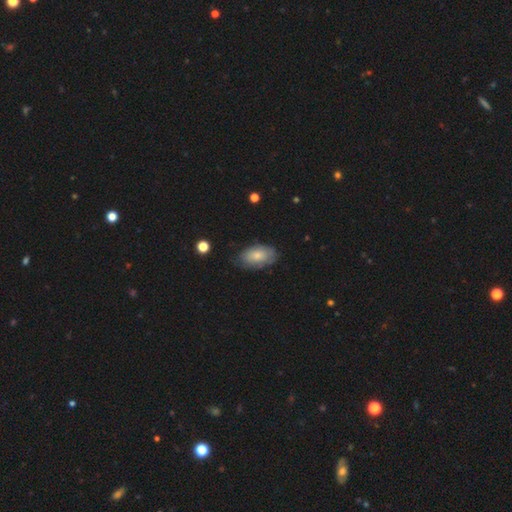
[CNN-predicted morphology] Smooth or featured?
  - smooth: 64% *
  - featured or disk: 27%
  - star or artifact: 9%
How rounded?
  - in between: 92% *
  - round: 5%
  - cigar-shaped: 3%
Merging?
  - none: 74% *
  - minor disturbance: 20%
  - major disturbance: 5%
  - merger: 1%